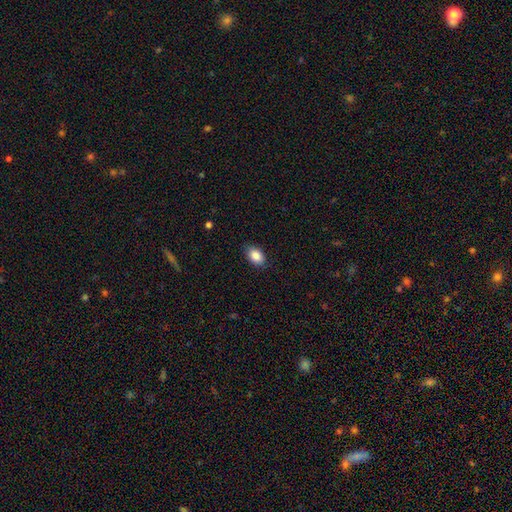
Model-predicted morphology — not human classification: type=smooth (88%); roundness=in between (85%); merging=none (85%).